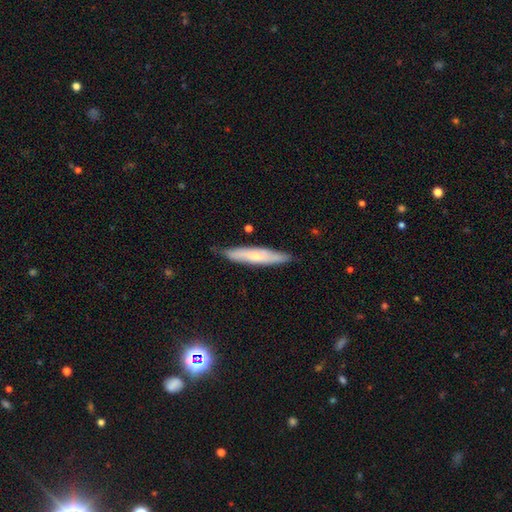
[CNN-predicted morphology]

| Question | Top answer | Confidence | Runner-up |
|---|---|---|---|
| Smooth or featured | smooth | 55% | featured or disk (39%) |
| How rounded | cigar-shaped | 87% | in between (11%) |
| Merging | none | 81% | minor disturbance (16%) |